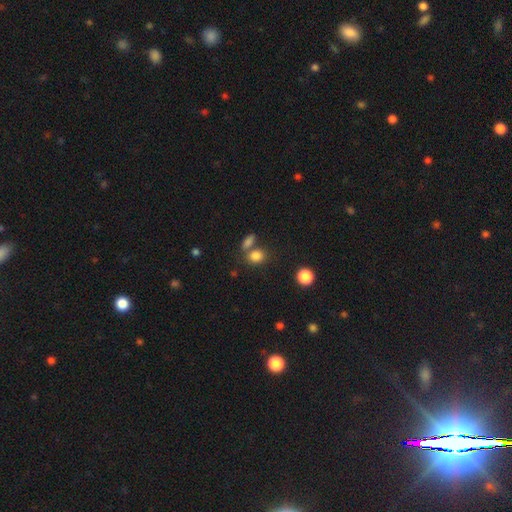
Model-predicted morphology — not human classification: This is clearly a smooth galaxy (82%). How rounded: possibly in between (55%). Merging: possibly none (56%).